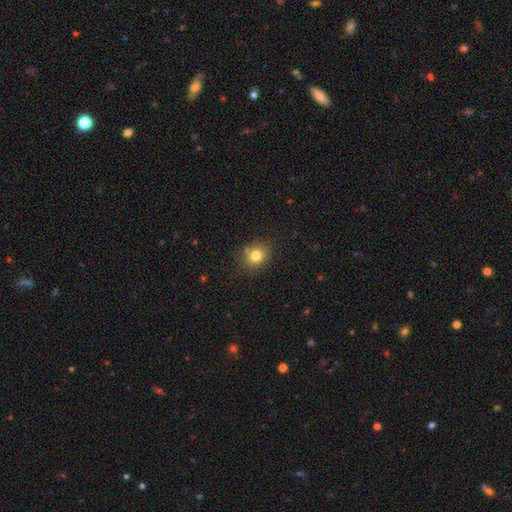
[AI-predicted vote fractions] Smooth or featured?
  - smooth: 79% *
  - star or artifact: 12%
  - featured or disk: 8%
How rounded?
  - round: 70% *
  - in between: 29%
  - cigar-shaped: 1%
Merging?
  - none: 79% *
  - minor disturbance: 12%
  - merger: 6%
  - major disturbance: 3%